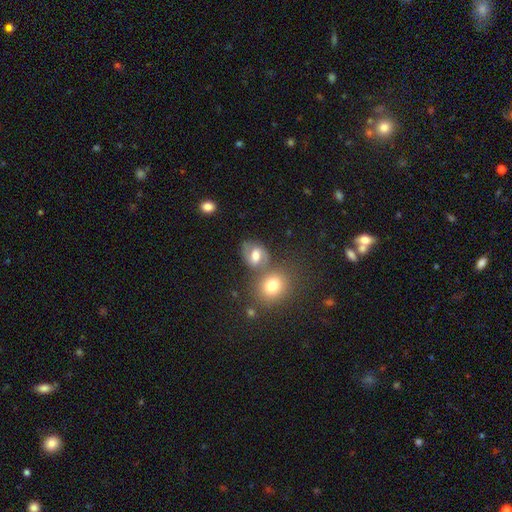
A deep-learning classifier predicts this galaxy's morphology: A smooth galaxy with no disk features (48%).

Vote fractions:
- Smooth or featured? smooth: 48% / featured or disk: 40% / star or artifact: 13%
- Merging? none: 61% / merger: 17% / minor disturbance: 16% / major disturbance: 7%